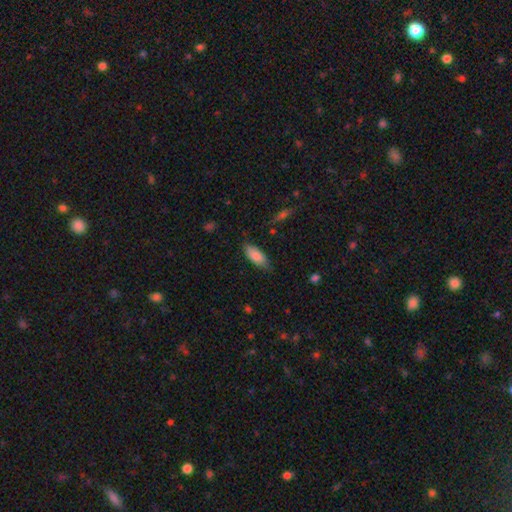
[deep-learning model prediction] Smooth or featured? Predicted: smooth (p=0.85). How rounded? Predicted: in between (p=0.83). Merging? Predicted: none (p=0.73).